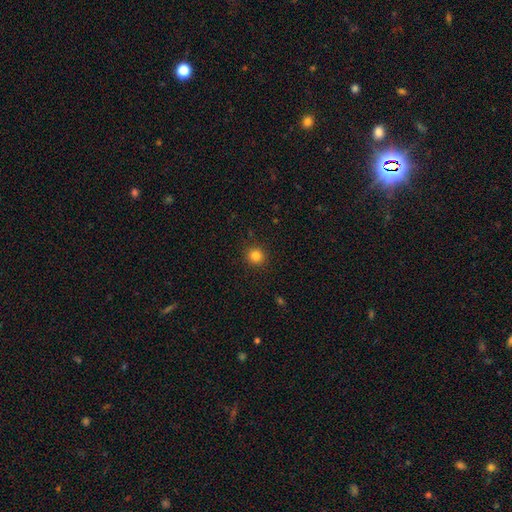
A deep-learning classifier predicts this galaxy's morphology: Smooth or featured? smooth (83%)
How rounded? round (92%)
Merging? none (91%)